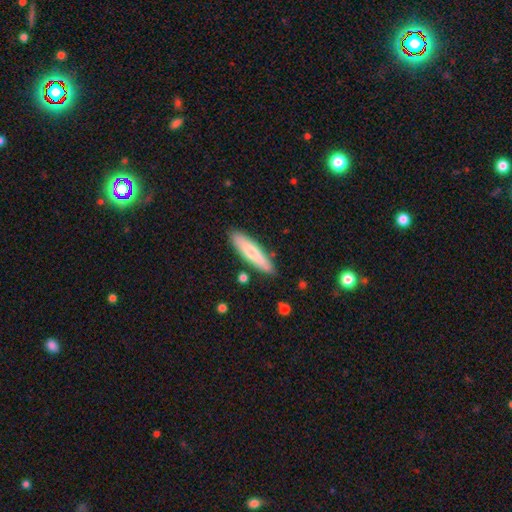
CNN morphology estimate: The model was most divided on "smooth or featured": smooth: 70%, featured or disk: 24%, star or artifact: 6%. More confident: merging — none (85%); how rounded — cigar-shaped (74%).